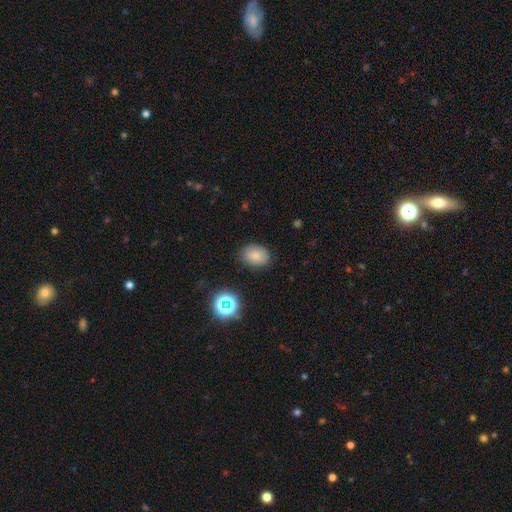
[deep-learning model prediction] A smooth galaxy with no disk features (81%) that is in between round and cigar-shaped (75%). Merging: none (84%).